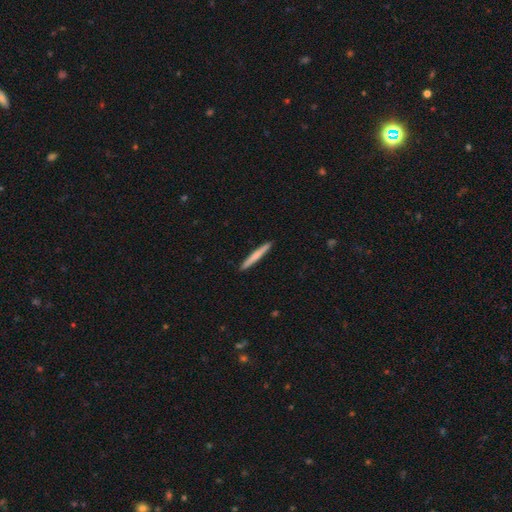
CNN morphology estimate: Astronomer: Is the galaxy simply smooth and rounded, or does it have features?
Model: smooth — 65%.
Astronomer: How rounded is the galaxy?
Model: cigar-shaped — 97%.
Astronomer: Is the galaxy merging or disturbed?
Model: none — 93%.